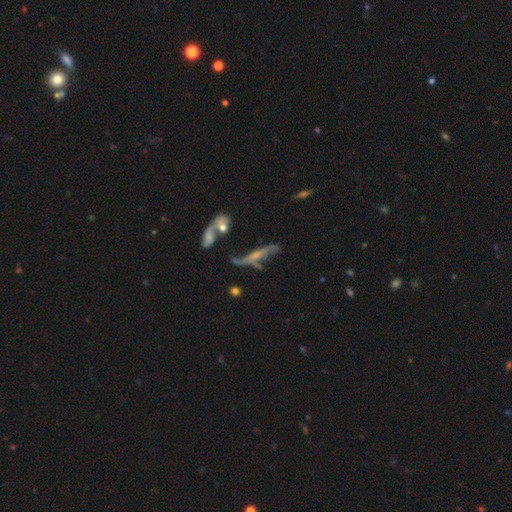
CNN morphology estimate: This is likely a featured or disk galaxy (64%). It is possibly viewed edge-on (58%). Merging: marginally none (40%).